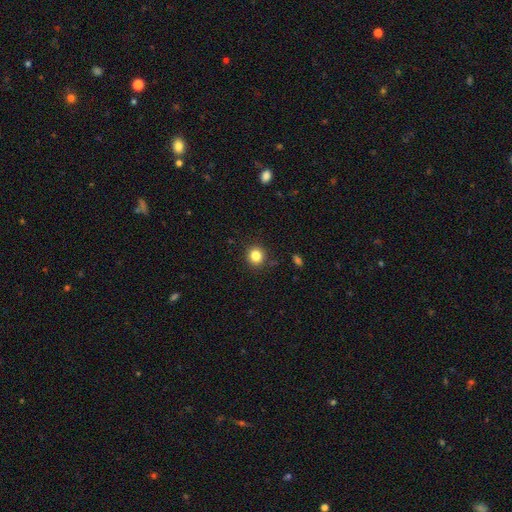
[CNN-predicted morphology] This appears to be a smooth galaxy with no disk features (84%) that is round (88%). Merging: none (90%).